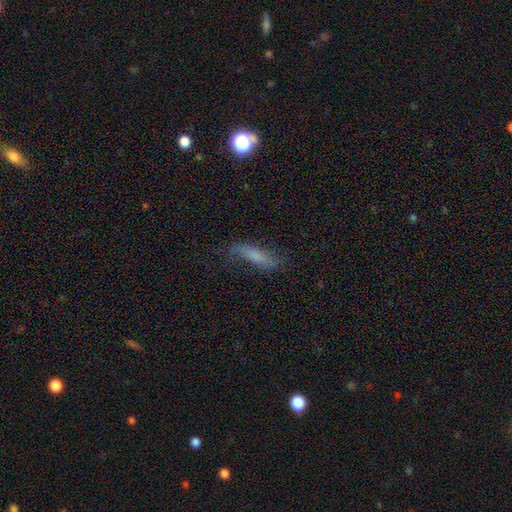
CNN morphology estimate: smooth_or_featured: smooth (p=0.58) [alt: featured or disk p=0.31]
how_rounded: cigar-shaped (p=0.67) [alt: in between p=0.30]
merging: none (p=0.59) [alt: minor disturbance p=0.26]